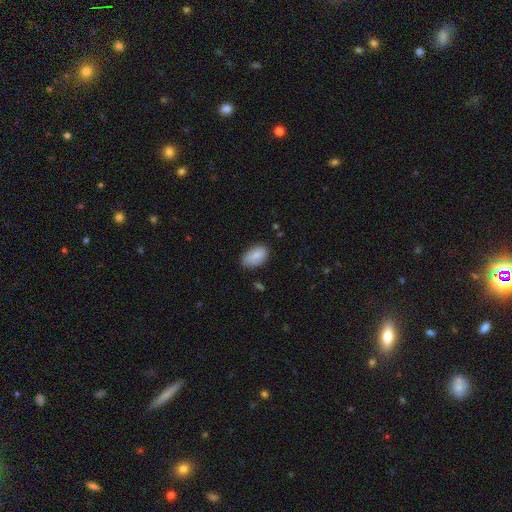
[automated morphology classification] Overall: smooth (85%). How rounded: in between (93%). Merging: none (75%).